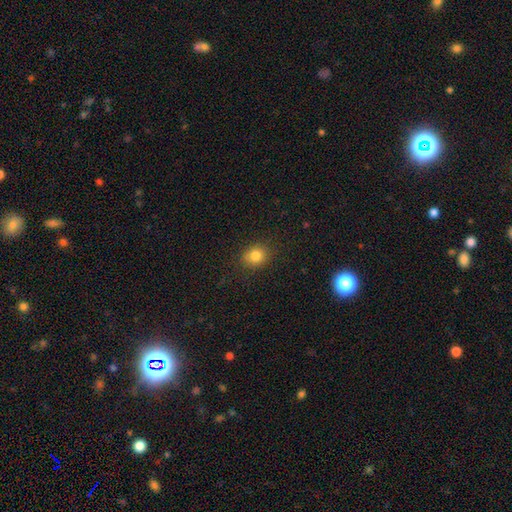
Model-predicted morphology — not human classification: This appears to be a smooth galaxy with no disk features (82%) that is round (66%). Merging: none (86%).